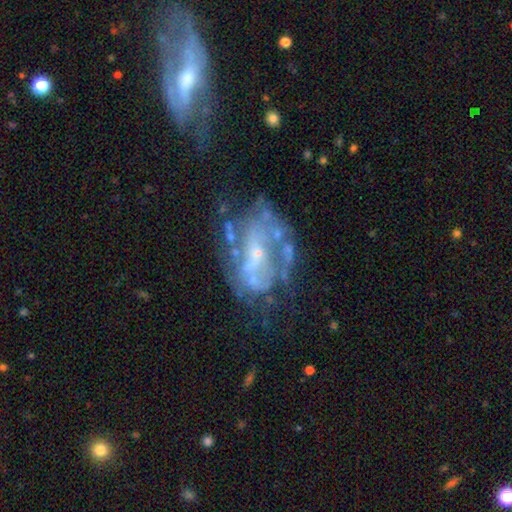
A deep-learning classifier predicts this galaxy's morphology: This appears to be a featured or disk galaxy (77%) with no bar (59%), spiral arms (53%) and a small central bulge (66%). Merging: none (41%).